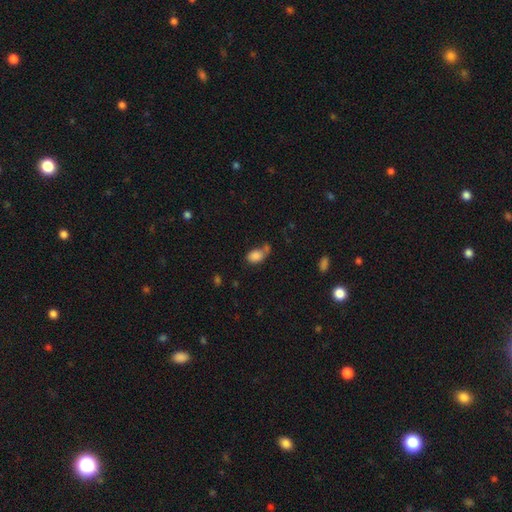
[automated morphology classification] This appears to be a smooth galaxy with no disk features (84%) that is in between round and cigar-shaped (80%). Merging: none (46%).